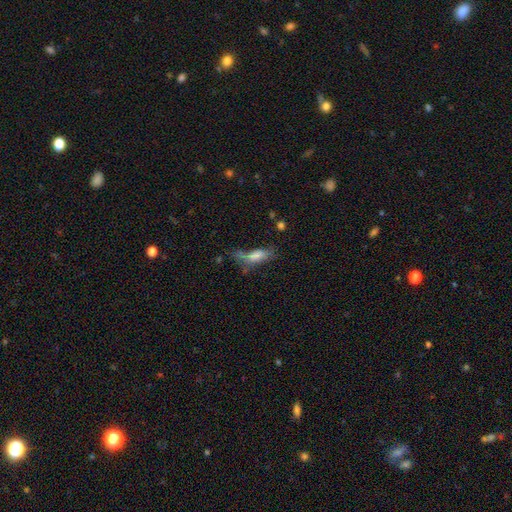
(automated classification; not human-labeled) smooth 69%, featured or disk 21%, star or artifact 10%. Down the decision tree: how rounded — in between (61%); merging — none (33%).